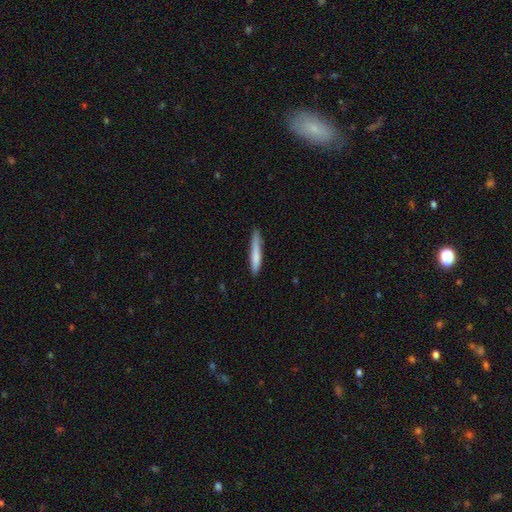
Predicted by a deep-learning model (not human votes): Smooth or featured? smooth (76%)
How rounded? cigar-shaped (93%)
Merging? none (78%)